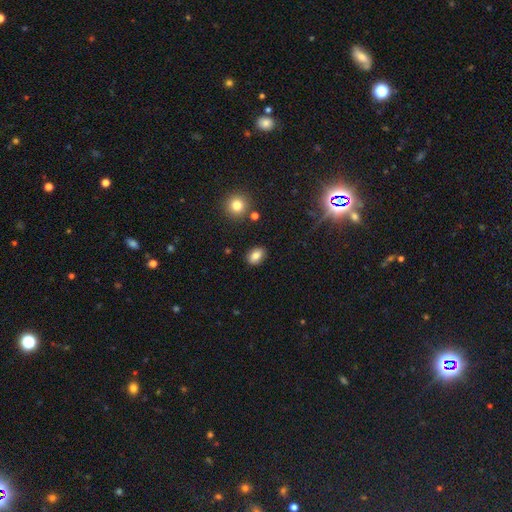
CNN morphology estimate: smooth_or_featured: smooth (p=0.82) [alt: star or artifact p=0.10]
how_rounded: in between (p=0.80) [alt: round p=0.18]
merging: none (p=0.87) [alt: minor disturbance p=0.09]